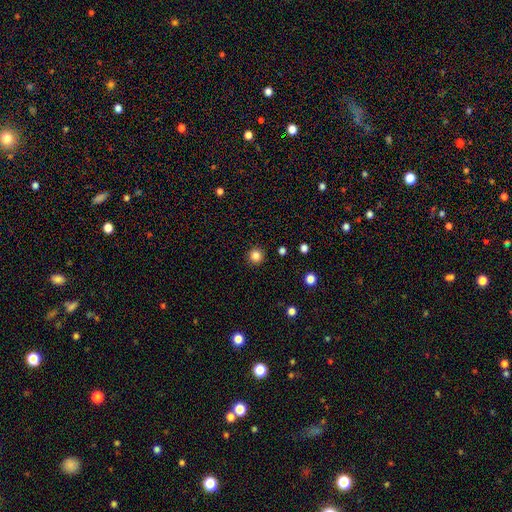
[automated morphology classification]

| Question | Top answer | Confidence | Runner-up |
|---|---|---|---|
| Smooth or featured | smooth | 84% | star or artifact (12%) |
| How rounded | round | 95% | in between (4%) |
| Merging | none | 92% | minor disturbance (5%) |